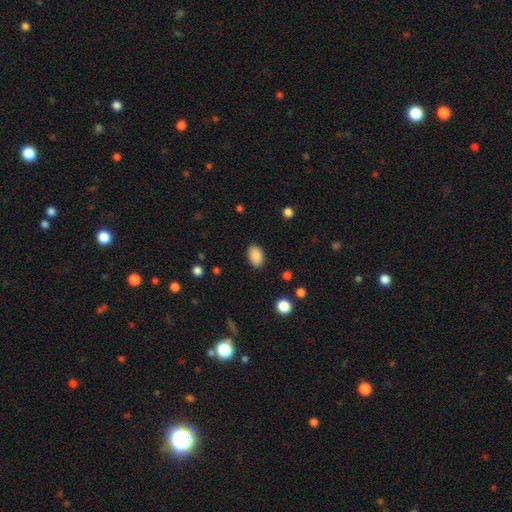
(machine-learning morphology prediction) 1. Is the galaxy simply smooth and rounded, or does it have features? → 89% smooth, 8% star or artifact, 4% featured or disk.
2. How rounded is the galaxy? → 90% in between, 9% round, 1% cigar-shaped.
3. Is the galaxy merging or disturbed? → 87% none, 10% minor disturbance, 3% major disturbance, 1% merger.